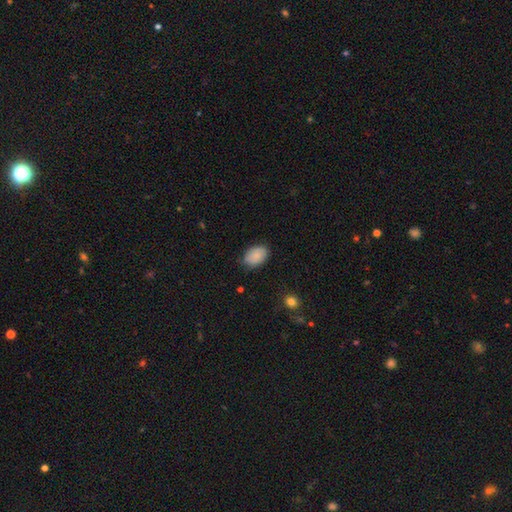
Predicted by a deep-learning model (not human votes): smooth 85%, featured or disk 8%, star or artifact 7%. Down the decision tree: how rounded — in between (88%); merging — none (77%).